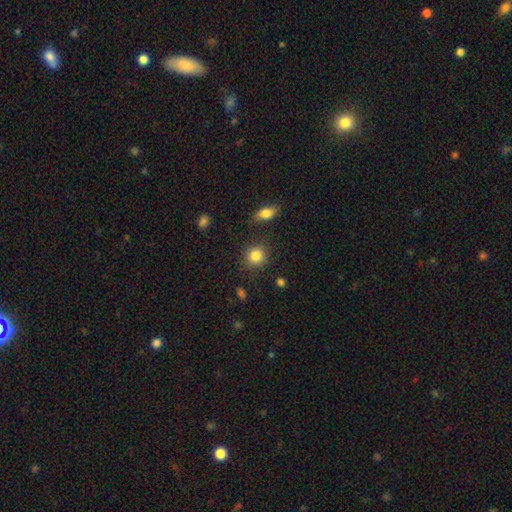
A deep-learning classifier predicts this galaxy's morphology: Smooth or featured? Predicted: smooth (p=0.85). How rounded? Predicted: round (p=0.83). Merging? Predicted: none (p=0.83).